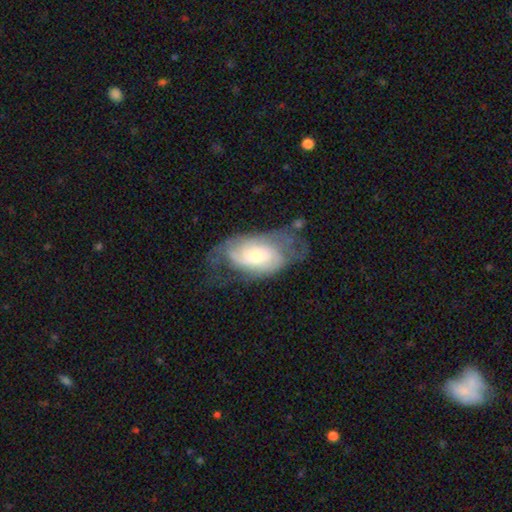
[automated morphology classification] Smooth or featured? featured or disk (66%)
Edge-on disk? no (93%)
Bar? no (68%)
Spiral arms? yes (82%)
Spiral winding? tight (43%)
Spiral arm count? can't tell (40%)
Bulge size? moderate (47%)
Merging? none (48%)